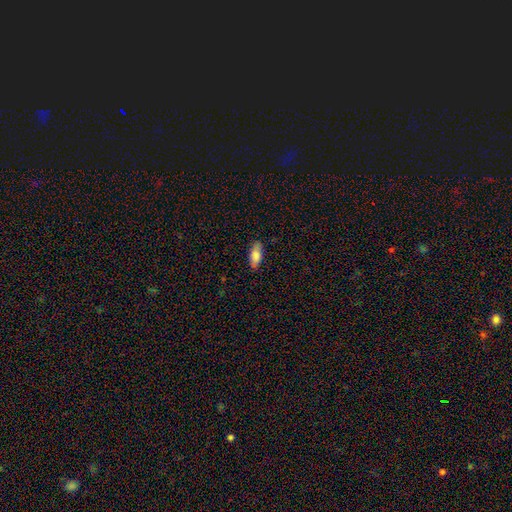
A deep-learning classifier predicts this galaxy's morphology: A smooth galaxy with no disk features (83%) that is in between round and cigar-shaped (80%).

Vote fractions:
- Smooth or featured? smooth: 83% / featured or disk: 11% / star or artifact: 6%
- How rounded? in between: 80% / cigar-shaped: 18% / round: 2%
- Merging? none: 84% / minor disturbance: 12% / major disturbance: 2% / merger: 1%